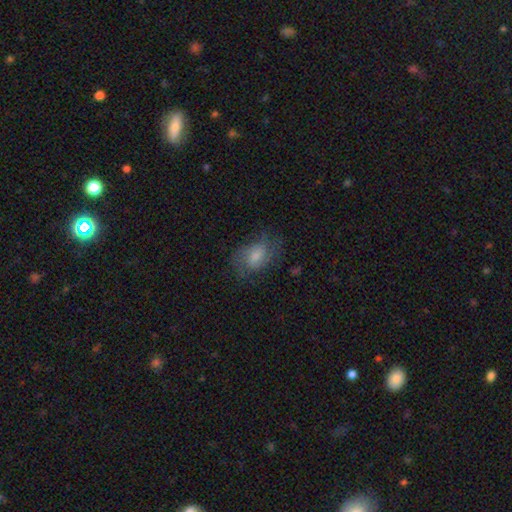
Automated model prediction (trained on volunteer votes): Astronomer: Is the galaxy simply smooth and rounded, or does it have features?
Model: featured or disk — 52% (runner-up: smooth, 37%).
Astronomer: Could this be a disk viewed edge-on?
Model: no — 96%.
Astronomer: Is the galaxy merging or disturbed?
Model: none — 67%.